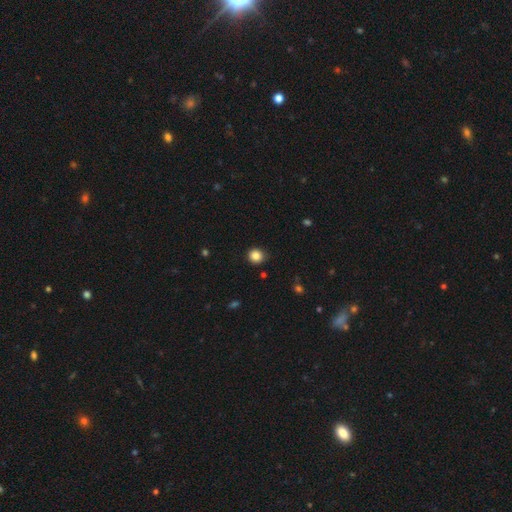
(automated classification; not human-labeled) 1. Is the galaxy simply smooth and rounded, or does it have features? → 85% smooth, 11% star or artifact, 4% featured or disk.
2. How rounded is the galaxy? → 90% round, 9% in between, 1% cigar-shaped.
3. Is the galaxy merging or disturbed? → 88% none, 8% minor disturbance, 2% major disturbance, 1% merger.